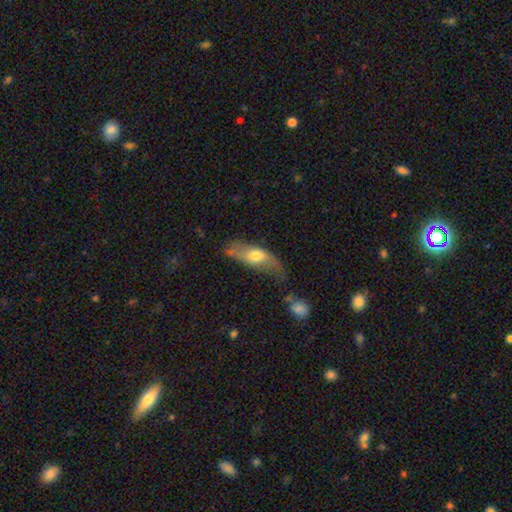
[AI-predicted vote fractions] The model was most divided on "smooth or featured": smooth: 49%, featured or disk: 44%, star or artifact: 7%. Remaining: merging — none (50%).